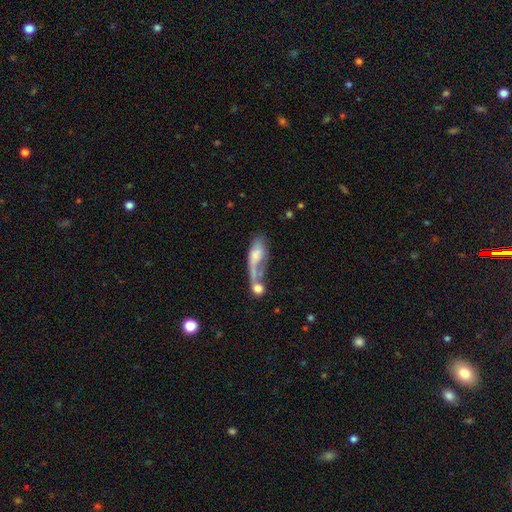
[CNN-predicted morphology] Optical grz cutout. It shows a smooth galaxy with no disk features (50%) that is in between round and cigar-shaped (63%). Merging: merger (37%).